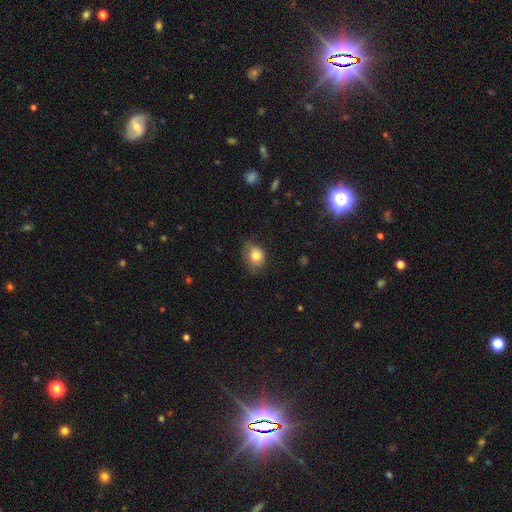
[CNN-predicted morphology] Smooth or featured? Predicted: smooth (p=0.78). How rounded? Predicted: in between (p=0.51). Merging? Predicted: none (p=0.57).